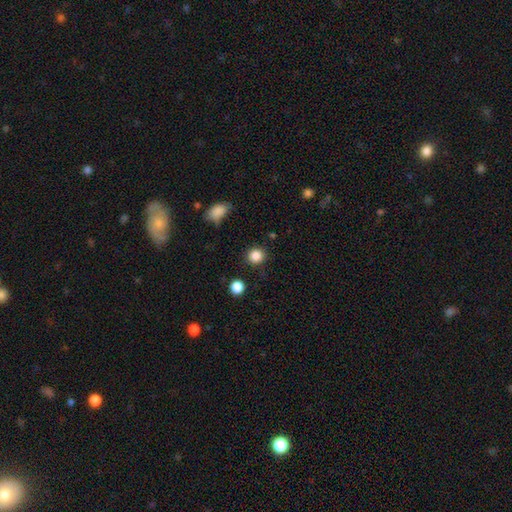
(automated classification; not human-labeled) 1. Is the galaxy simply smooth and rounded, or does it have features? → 86% smooth, 11% star or artifact, 4% featured or disk.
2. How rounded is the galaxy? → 88% round, 11% in between, 1% cigar-shaped.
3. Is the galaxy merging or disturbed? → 88% none, 7% minor disturbance, 3% major disturbance, 2% merger.